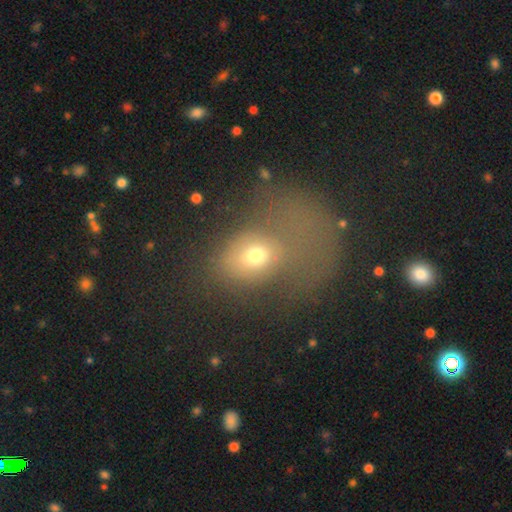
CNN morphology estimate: A smooth galaxy with no disk features (63%) that is in between round and cigar-shaped (65%). Merging: major disturbance (45%).